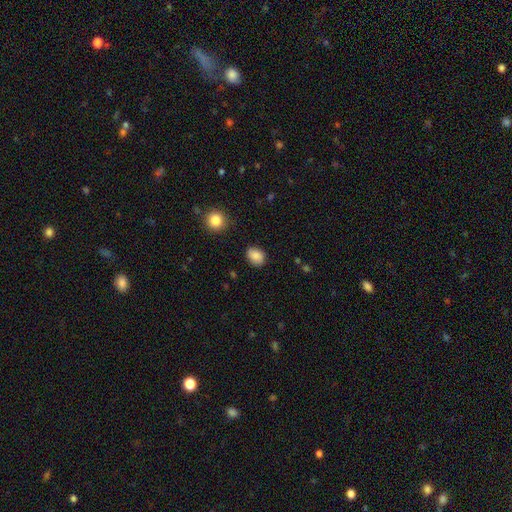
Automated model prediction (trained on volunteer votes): Smooth or featured: smooth — 86% (star or artifact — 9%)
How rounded: in between — 64% (round — 35%)
Merging: none — 83% (minor disturbance — 13%)